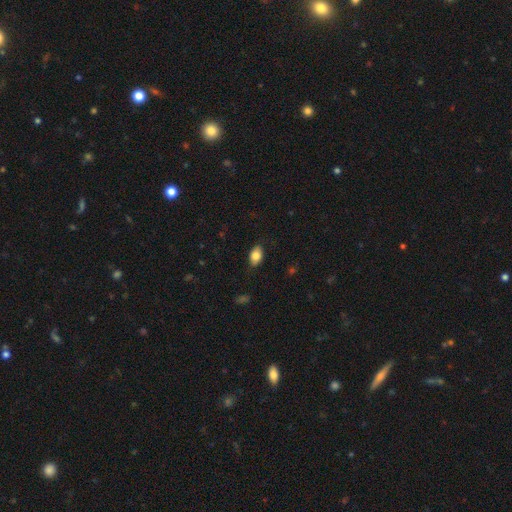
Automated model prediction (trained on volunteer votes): The model was most divided on "merging": none: 82%, minor disturbance: 14%, major disturbance: 3%, merger: 1%. More confident: how rounded — in between (88%); smooth or featured — smooth (83%).